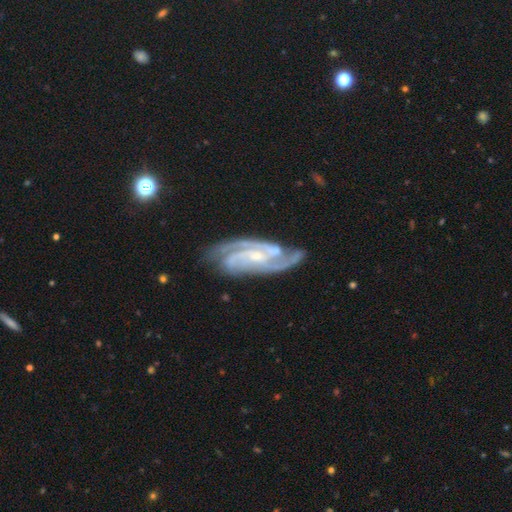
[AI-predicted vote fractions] This is clearly a featured or disk galaxy (92%). It is clearly not viewed edge-on (95%). Bar: marginally weak (39%, tied with no). Spiral arm pattern: clearly yes (99%). Spiral arm count: marginally 3 (40%). Spiral winding: possibly tight (51%). Central bulge: likely small (70%). Merging: likely none (74%).